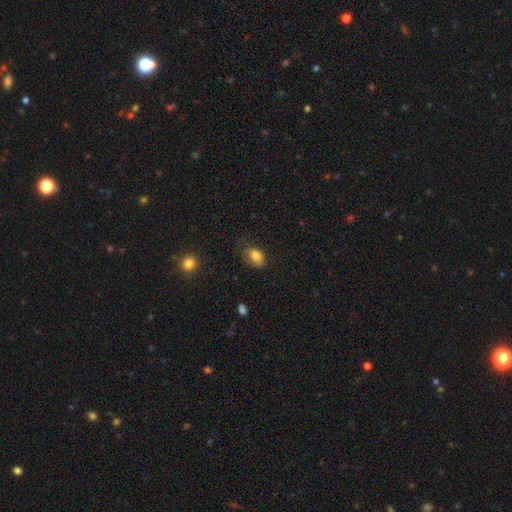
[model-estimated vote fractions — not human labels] Smooth or featured? smooth (82%)
How rounded? in between (84%)
Merging? none (58%)